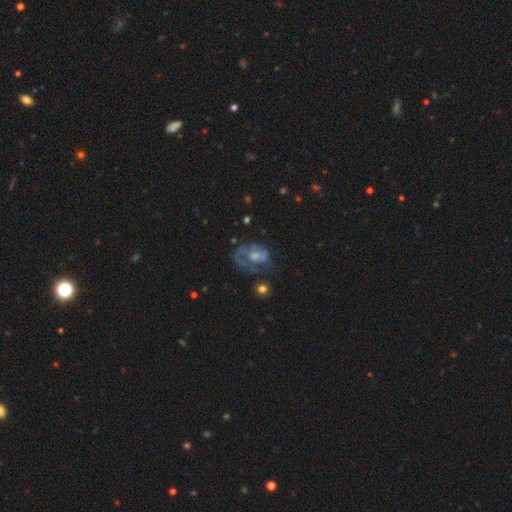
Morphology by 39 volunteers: Overall: featured or disk (82%). Edge-on disk: no (97%). Bar: no (84%). Spiral arms: yes (71%). Spiral arm count: 1 (64%). Spiral winding: tight (50%; medium 36%). Bulge size: moderate (35%; none 29%). Merging: none (46%; major disturbance 32%).